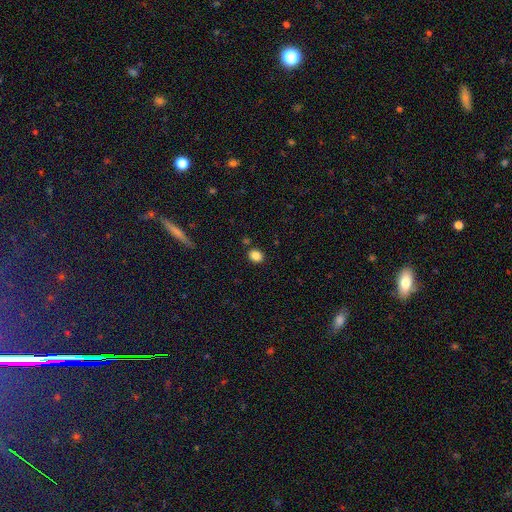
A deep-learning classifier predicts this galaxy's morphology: This is clearly a smooth galaxy (85%). How rounded: possibly round (53%). Merging: clearly none (86%).